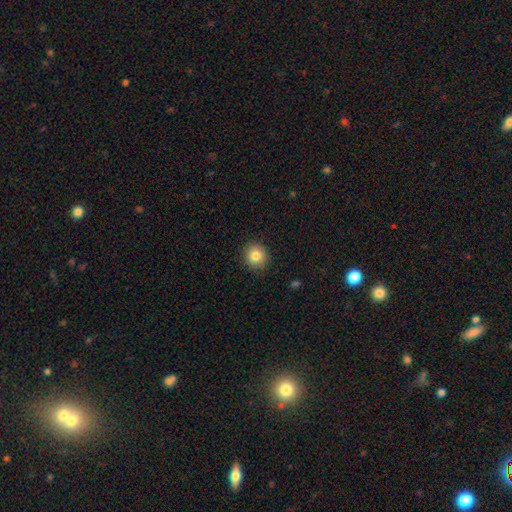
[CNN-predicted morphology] Overall: smooth (83%). How rounded: round (88%). Merging: none (90%).